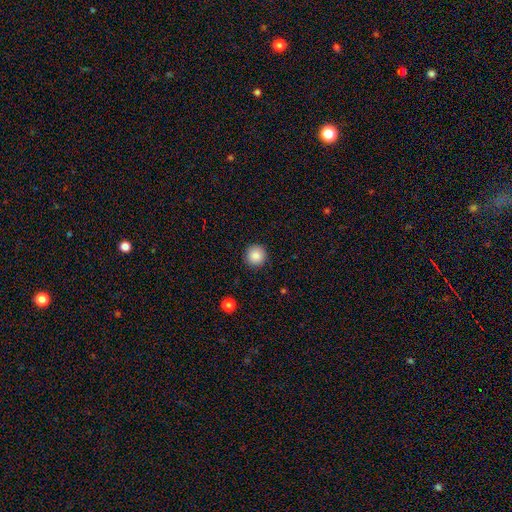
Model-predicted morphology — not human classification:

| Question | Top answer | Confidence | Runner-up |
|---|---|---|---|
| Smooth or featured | smooth | 87% | star or artifact (9%) |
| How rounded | round | 96% | in between (4%) |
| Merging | none | 92% | minor disturbance (5%) |